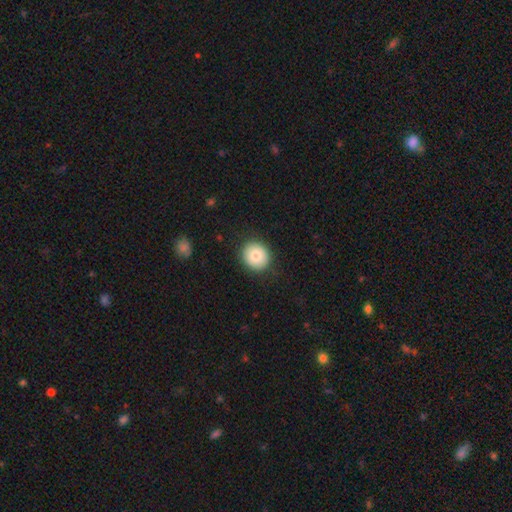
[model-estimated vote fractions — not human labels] smooth-or-featured: smooth: 80% | featured or disk: 12% | star or artifact: 8%
  how-rounded: round: 84% | in between: 15% | cigar-shaped: 1%
  merging: none: 89% | minor disturbance: 8% | major disturbance: 2% | merger: 1%